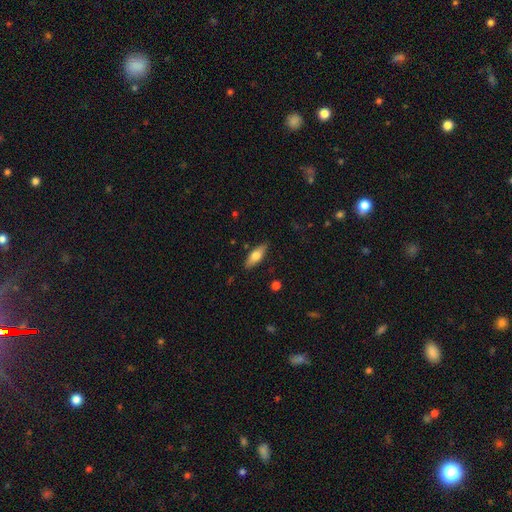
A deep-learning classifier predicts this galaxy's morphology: A smooth galaxy with no disk features (66%) that is in between round and cigar-shaped (66%). Merging: none (86%).